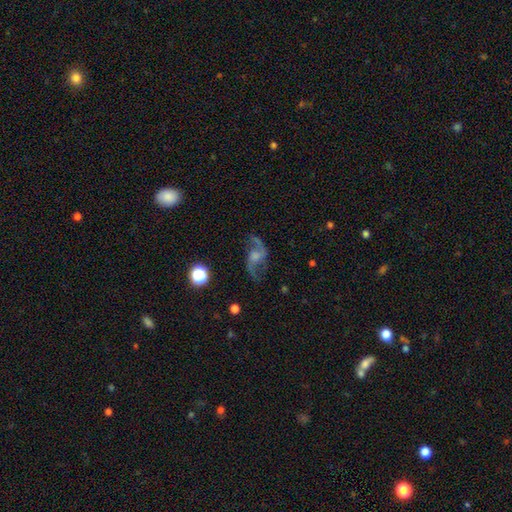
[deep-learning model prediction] smooth-or-featured: featured or disk: 83% | smooth: 9% | star or artifact: 8%
  disk-edge-on: no: 97% | yes: 3%
    bar: no: 52% | weak: 38% | strong: 9%
    has-spiral-arms: yes: 95% | no: 5%
      spiral-winding: loose: 80% | medium: 17% | tight: 3%
      spiral-arm-count: 2: 93% | 1: 2% | can't tell: 2% | 3: 1% | 4: 1% | more than 4: 1%
    bulge-size: moderate: 31% (tied) | small: 31% (tied) | none: 26% | large: 10% | dominant: 2%
  merging: none: 69% | minor disturbance: 16% | major disturbance: 12% | merger: 3%